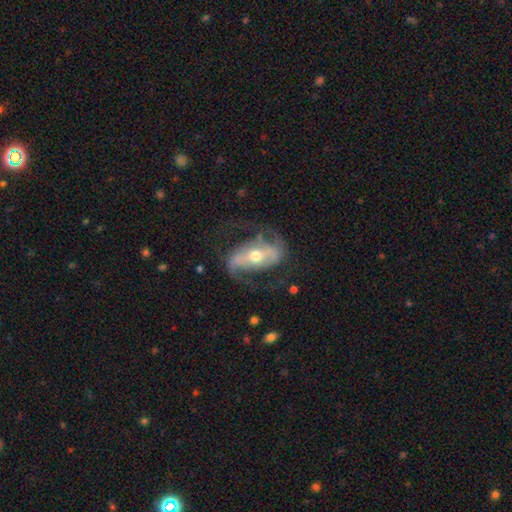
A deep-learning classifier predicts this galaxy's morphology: Overall: featured or disk (83%). Edge-on disk: no (93%). Bar: strong (51%; weak 28%). Spiral arms: yes (91%). Spiral arm count: 2 (89%). Spiral winding: medium (46%; loose 38%). Bulge size: moderate (66%; small 27%). Merging: none (67%).